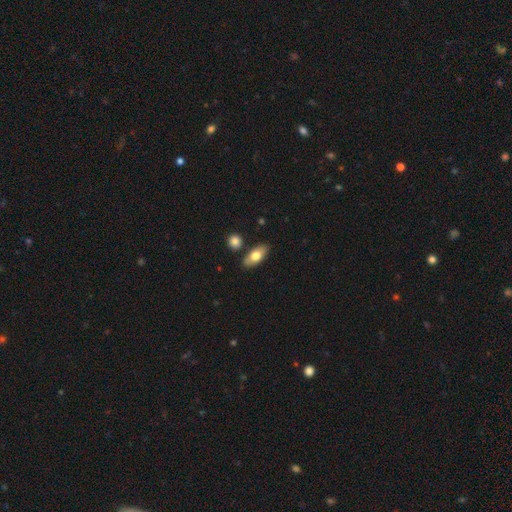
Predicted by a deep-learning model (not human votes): Overall: smooth (71%). How rounded: in between (84%). Merging: none (81%).